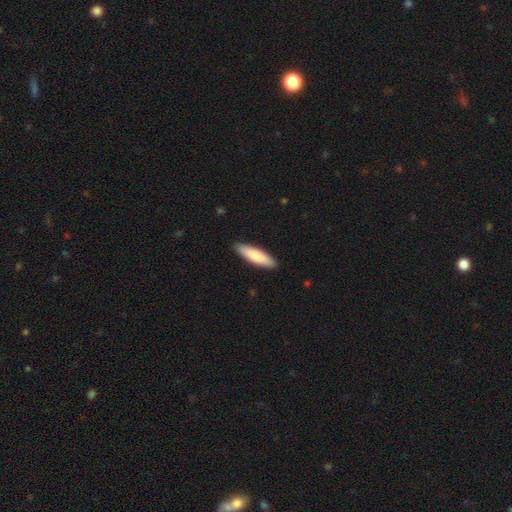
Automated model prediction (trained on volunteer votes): This is clearly a smooth galaxy (83%). How rounded: likely cigar-shaped (64%). Merging: clearly none (90%).